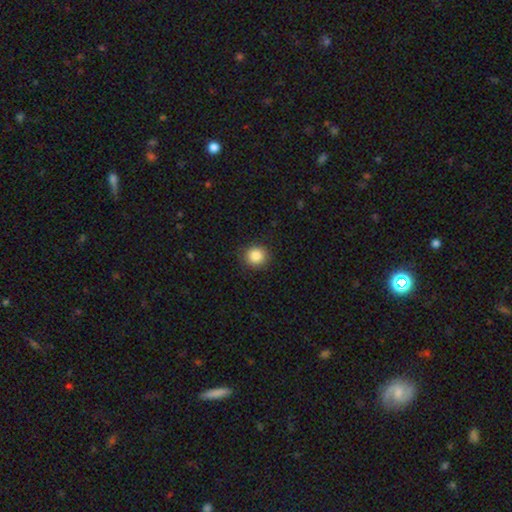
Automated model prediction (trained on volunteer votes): Morphology: type=smooth (87%); roundness=round (89%); merging=none (89%).